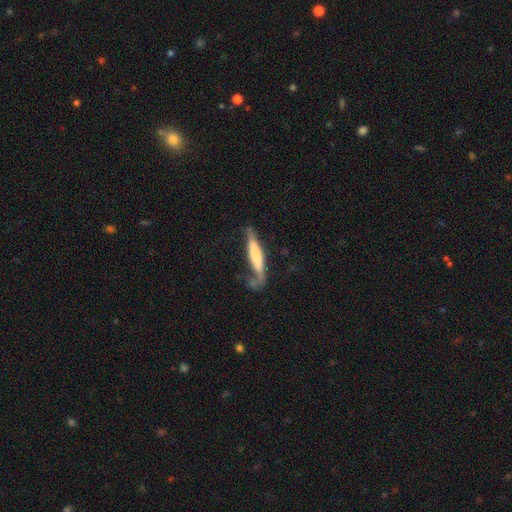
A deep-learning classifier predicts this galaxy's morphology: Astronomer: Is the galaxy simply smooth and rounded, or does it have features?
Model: smooth — 56% (runner-up: featured or disk, 38%).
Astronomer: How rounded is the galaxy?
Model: cigar-shaped — 87%.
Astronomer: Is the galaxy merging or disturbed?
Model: none — 43% (runner-up: minor disturbance, 28%).